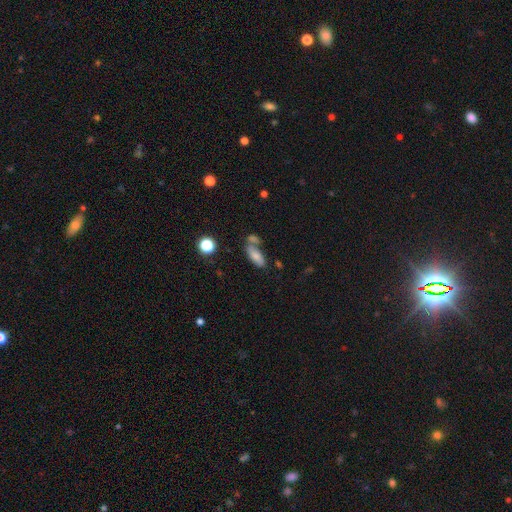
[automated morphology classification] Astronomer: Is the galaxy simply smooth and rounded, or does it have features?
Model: smooth — 75%.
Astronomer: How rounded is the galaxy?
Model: in between — 77%.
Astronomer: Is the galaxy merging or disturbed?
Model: none — 44% (runner-up: merger, 34%).